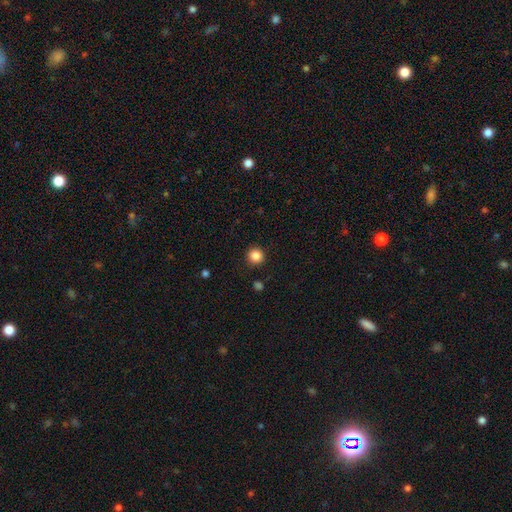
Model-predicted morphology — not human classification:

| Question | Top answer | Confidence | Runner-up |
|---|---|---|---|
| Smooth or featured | smooth | 86% | star or artifact (11%) |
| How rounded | round | 93% | in between (6%) |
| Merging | none | 91% | minor disturbance (6%) |